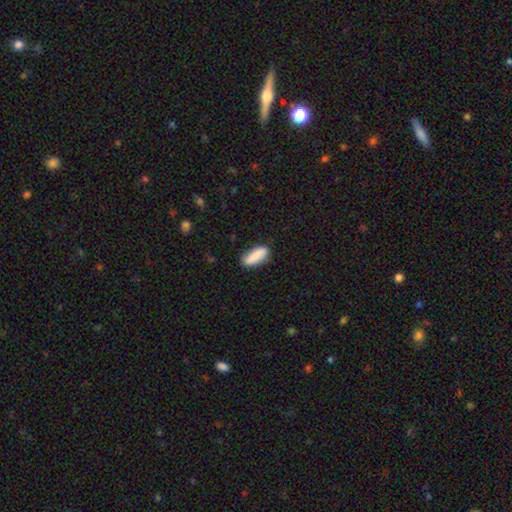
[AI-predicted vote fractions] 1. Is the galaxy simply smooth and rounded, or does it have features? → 83% smooth, 11% featured or disk, 7% star or artifact.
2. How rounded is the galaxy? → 64% in between, 34% cigar-shaped, 2% round.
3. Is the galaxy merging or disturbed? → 79% none, 16% minor disturbance, 3% major disturbance, 2% merger.